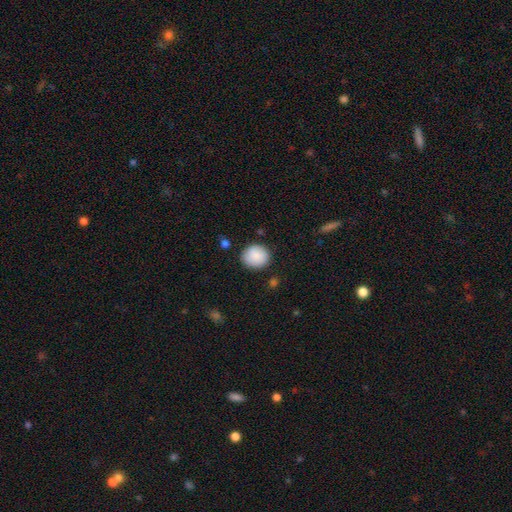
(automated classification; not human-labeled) A smooth galaxy with no disk features (88%) that is round (80%). Merging: none (84%).